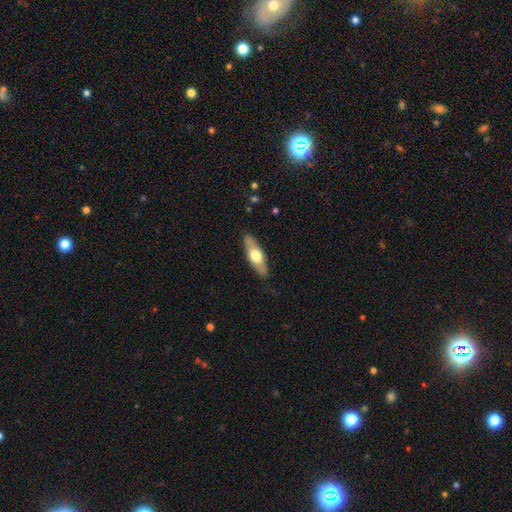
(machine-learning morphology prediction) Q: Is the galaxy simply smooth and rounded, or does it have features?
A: smooth — 49%.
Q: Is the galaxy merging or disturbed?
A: none — 86%.